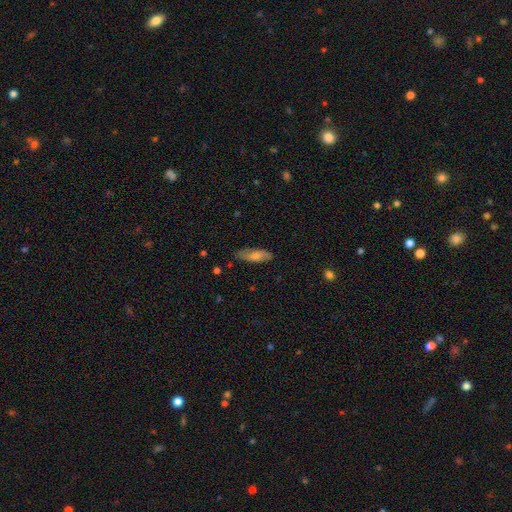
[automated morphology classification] A smooth galaxy with no disk features (55%) that is in between round and cigar-shaped (56%). Merging: none (82%).